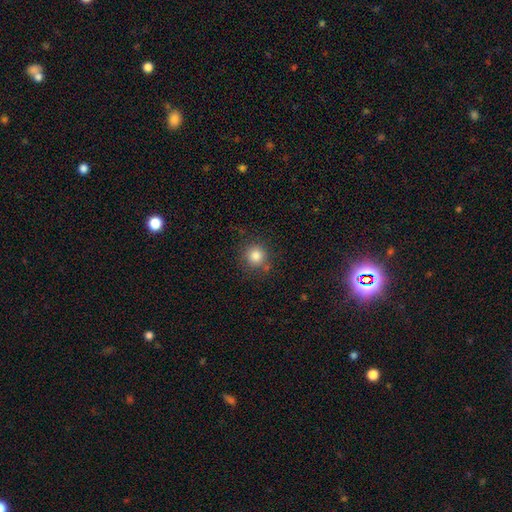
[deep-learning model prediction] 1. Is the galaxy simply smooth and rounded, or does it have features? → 83% smooth, 12% star or artifact, 5% featured or disk.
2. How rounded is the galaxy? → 92% round, 7% in between, 1% cigar-shaped.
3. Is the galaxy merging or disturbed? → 81% none, 11% minor disturbance, 4% merger, 3% major disturbance.